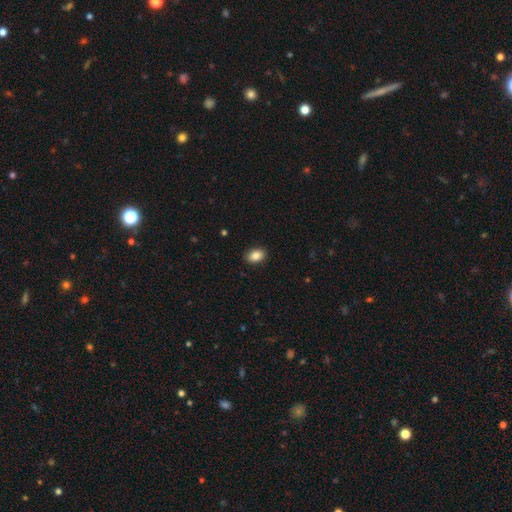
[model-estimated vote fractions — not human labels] smooth-or-featured: smooth: 87% | star or artifact: 8% | featured or disk: 5%
  how-rounded: in between: 83% | round: 16% | cigar-shaped: 1%
  merging: none: 89% | minor disturbance: 8% | major disturbance: 2% | merger: 1%